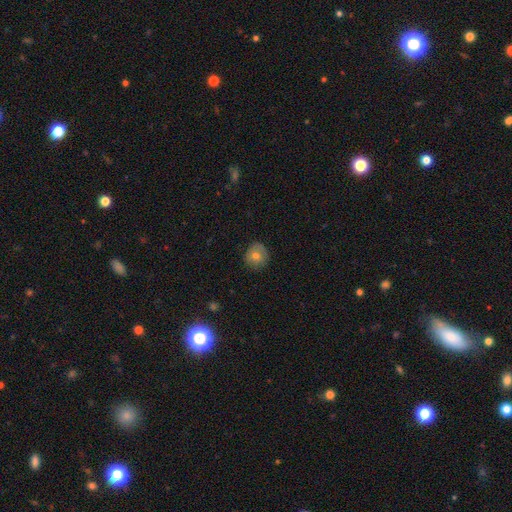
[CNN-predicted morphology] smooth_or_featured: smooth (p=0.68) [alt: featured or disk p=0.22]
how_rounded: round (p=0.85) [alt: in between p=0.14]
merging: none (p=0.79) [alt: minor disturbance p=0.16]